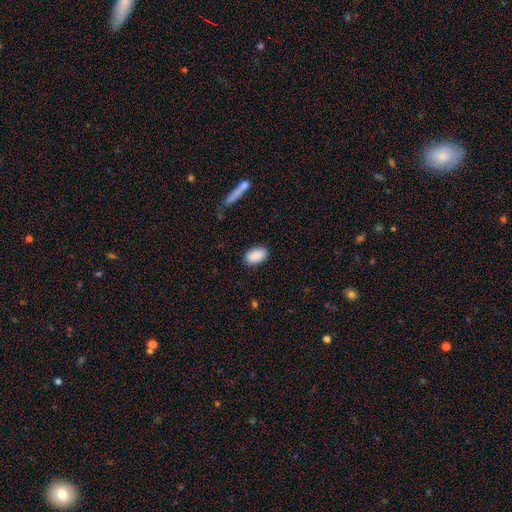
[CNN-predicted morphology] Smooth or featured?
  - smooth: 90% *
  - star or artifact: 6%
  - featured or disk: 4%
How rounded?
  - in between: 93% *
  - round: 6%
  - cigar-shaped: 1%
Merging?
  - none: 87% *
  - minor disturbance: 9%
  - major disturbance: 2%
  - merger: 1%